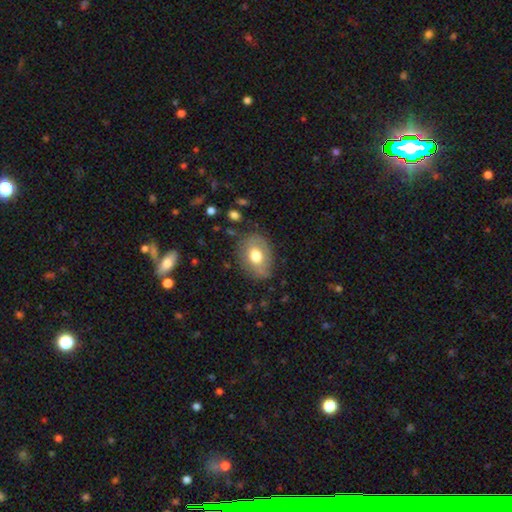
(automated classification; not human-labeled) Q: Smooth or featured?
A: smooth (65%); runner-up: featured or disk (27%)
Q: How rounded?
A: in between (69%); runner-up: round (30%)
Q: Merging?
A: none (75%); runner-up: minor disturbance (17%)